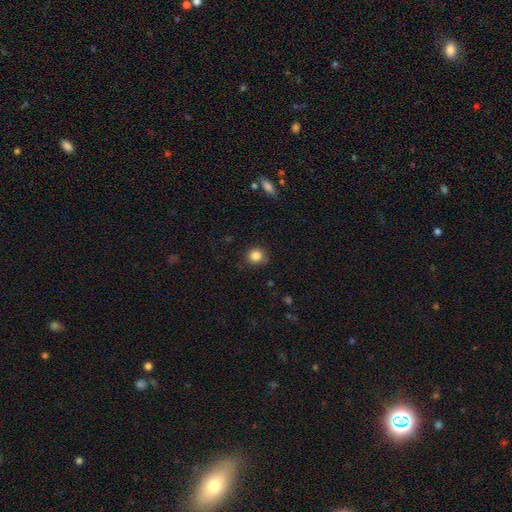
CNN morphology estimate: smooth 85%, star or artifact 11%, featured or disk 4%. Down the decision tree: how rounded — round (85%); merging — none (84%).